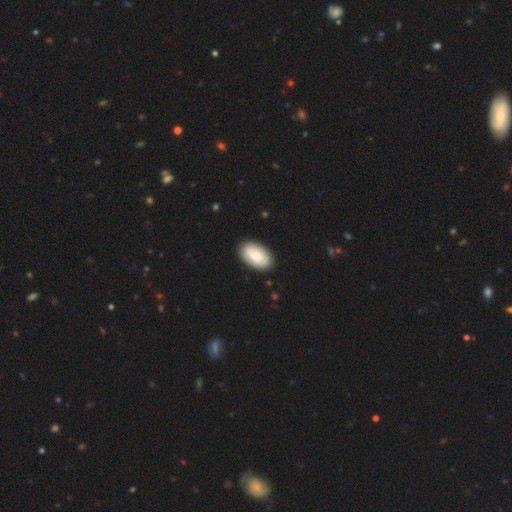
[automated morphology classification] Smooth or featured? smooth (78%)
How rounded? in between (94%)
Merging? none (88%)